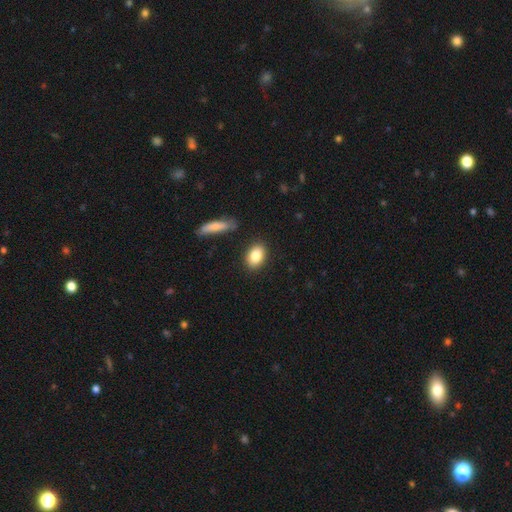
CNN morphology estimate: Q: Smooth or featured?
A: smooth (83%); runner-up: featured or disk (9%)
Q: How rounded?
A: in between (80%); runner-up: round (17%)
Q: Merging?
A: none (86%); runner-up: minor disturbance (9%)